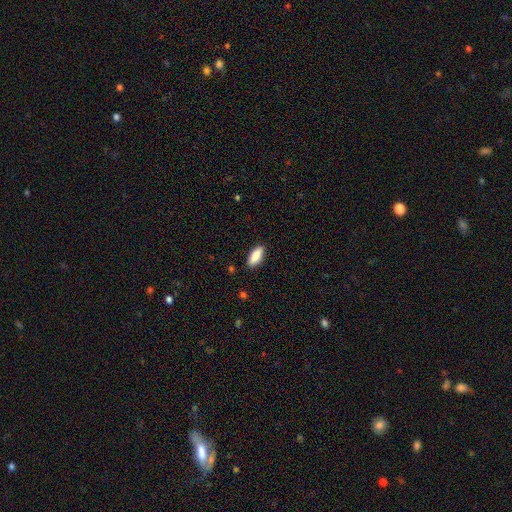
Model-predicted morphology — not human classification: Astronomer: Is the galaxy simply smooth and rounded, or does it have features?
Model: smooth — 86%.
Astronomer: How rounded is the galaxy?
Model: in between — 78%.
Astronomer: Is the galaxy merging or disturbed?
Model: none — 87%.